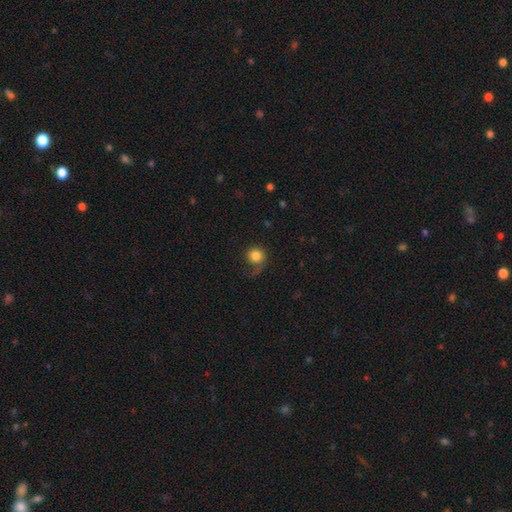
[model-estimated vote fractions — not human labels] smooth-or-featured: smooth: 79% | featured or disk: 13% | star or artifact: 9%
  how-rounded: round: 89% | in between: 10% | cigar-shaped: 1%
  merging: none: 51% | major disturbance: 26% | minor disturbance: 21% | merger: 3%